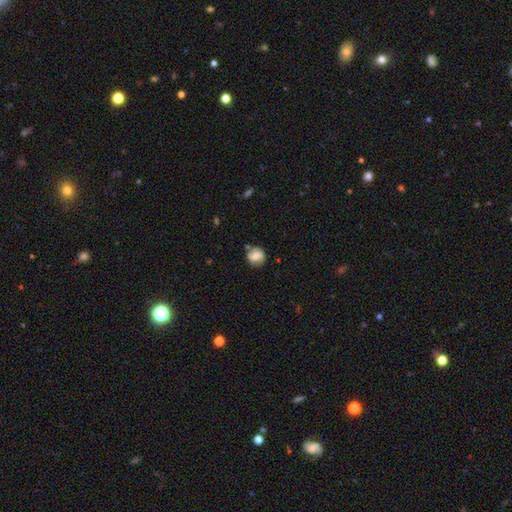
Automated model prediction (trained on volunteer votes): This is likely a smooth galaxy (62%). How rounded: clearly round (81%). Merging: likely none (70%).